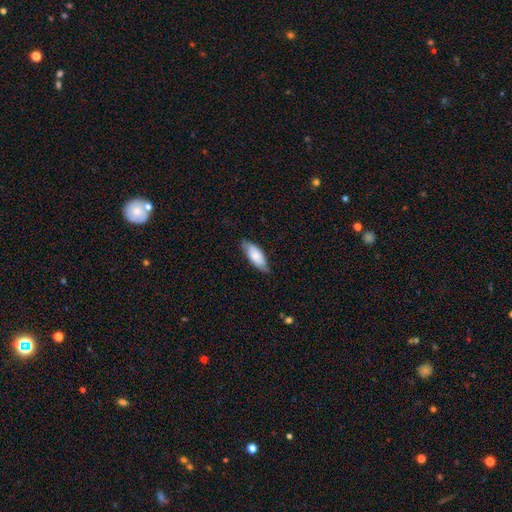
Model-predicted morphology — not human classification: This is likely a smooth galaxy (76%). How rounded: likely in between (78%). Merging: likely none (74%).